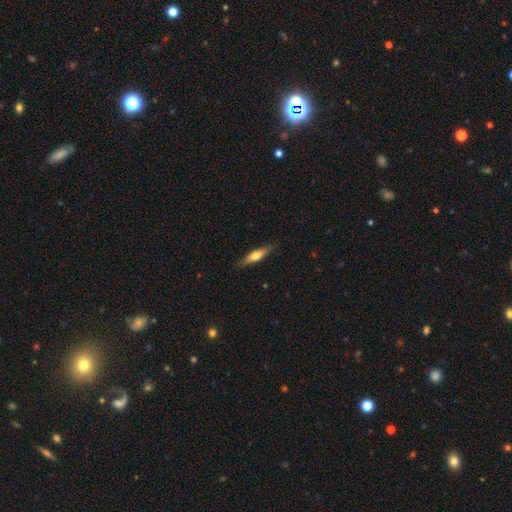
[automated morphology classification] The model was most divided on "smooth or featured": smooth: 58%, featured or disk: 36%, star or artifact: 6%. More confident: merging — none (84%); how rounded — cigar-shaped (71%).